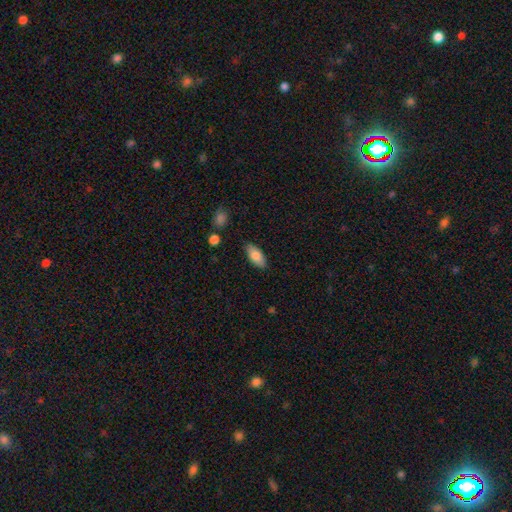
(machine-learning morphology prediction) The model was most divided on "smooth or featured": smooth: 83%, featured or disk: 11%, star or artifact: 7%. More confident: how rounded — in between (87%); merging — none (85%).